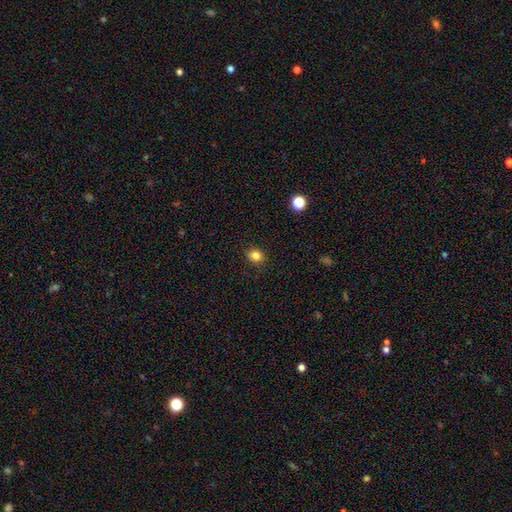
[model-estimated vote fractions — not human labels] smooth_or_featured: smooth (p=0.82) [alt: star or artifact p=0.12]
how_rounded: round (p=0.61) [alt: in between p=0.38]
merging: none (p=0.87) [alt: minor disturbance p=0.10]